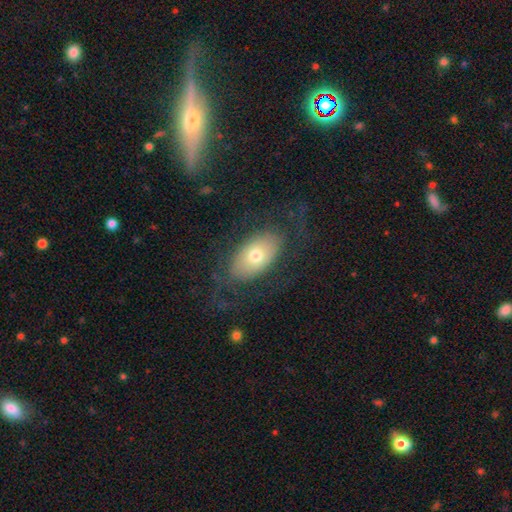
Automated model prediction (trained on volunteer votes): Smooth or featured? smooth (57%)
How rounded? in between (91%)
Merging? none (72%)